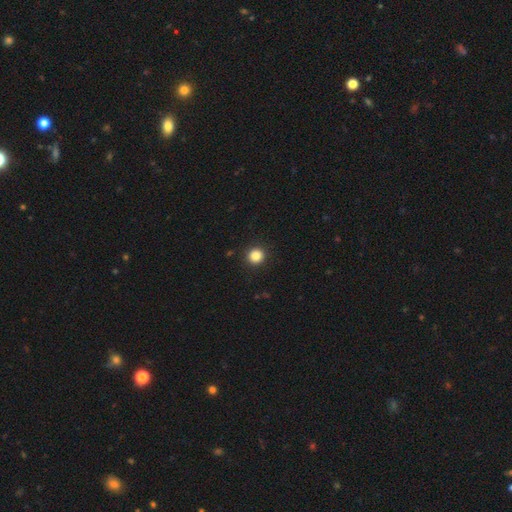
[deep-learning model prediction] This is clearly a smooth galaxy (85%). How rounded: clearly round (94%). Merging: clearly none (92%).